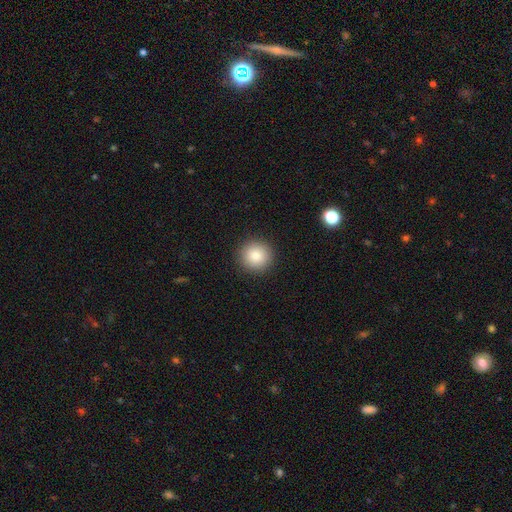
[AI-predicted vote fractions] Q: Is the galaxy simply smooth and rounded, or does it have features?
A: smooth — 86%.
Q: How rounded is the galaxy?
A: round — 94%.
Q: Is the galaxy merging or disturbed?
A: none — 92%.